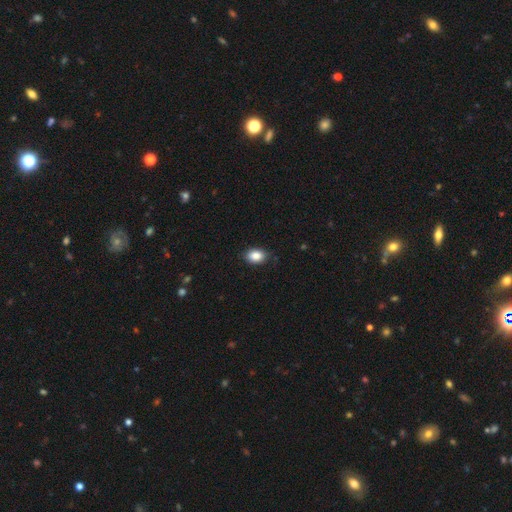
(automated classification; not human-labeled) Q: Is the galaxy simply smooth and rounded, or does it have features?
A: smooth — 87%.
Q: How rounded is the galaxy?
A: in between — 77%.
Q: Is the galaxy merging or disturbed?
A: none — 84%.